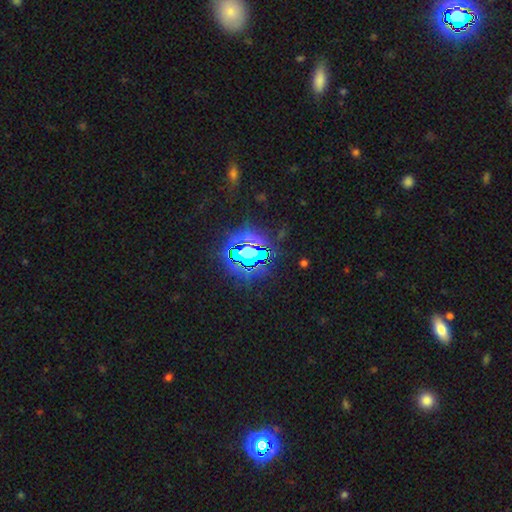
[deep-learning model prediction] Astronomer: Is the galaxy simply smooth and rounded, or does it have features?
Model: star or artifact — 80%.